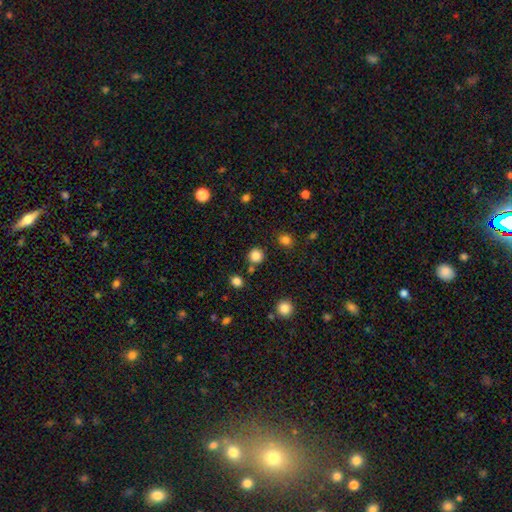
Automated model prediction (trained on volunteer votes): Smooth or featured: smooth — 83% (star or artifact — 13%)
How rounded: round — 93% (in between — 6%)
Merging: none — 84% (merger — 7%)